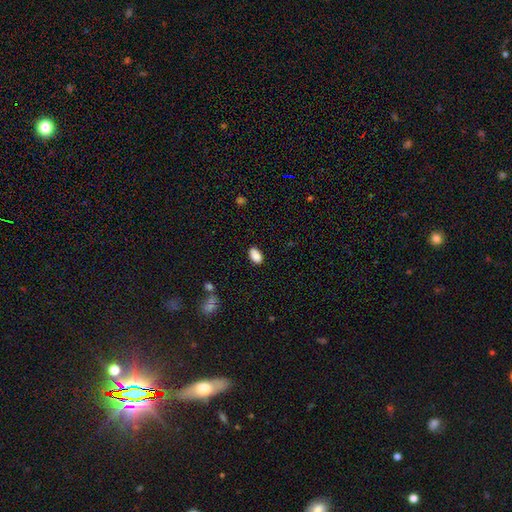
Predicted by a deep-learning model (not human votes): A smooth galaxy with no disk features (88%) that is in between round and cigar-shaped (92%).

Vote fractions:
- Smooth or featured? smooth: 88% / star or artifact: 8% / featured or disk: 4%
- How rounded? in between: 92% / round: 6% / cigar-shaped: 2%
- Merging? none: 83% / minor disturbance: 13% / major disturbance: 3% / merger: 2%